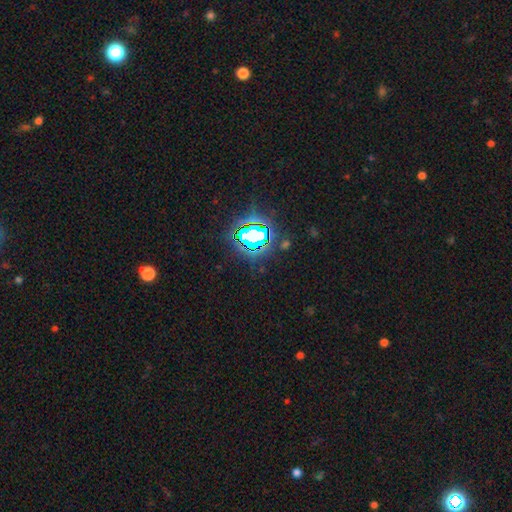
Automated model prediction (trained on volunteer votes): Smooth or featured? star or artifact (81%)